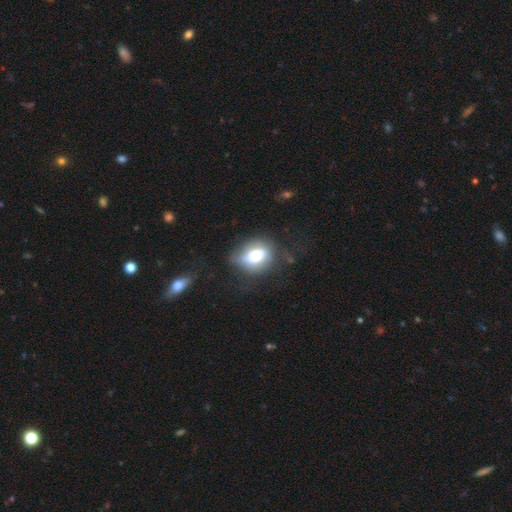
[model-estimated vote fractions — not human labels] smooth-or-featured: smooth: 65% | featured or disk: 26% | star or artifact: 9%
  how-rounded: in between: 60% | round: 38% | cigar-shaped: 2%
  merging: none: 54% | minor disturbance: 26% | major disturbance: 17% | merger: 3%